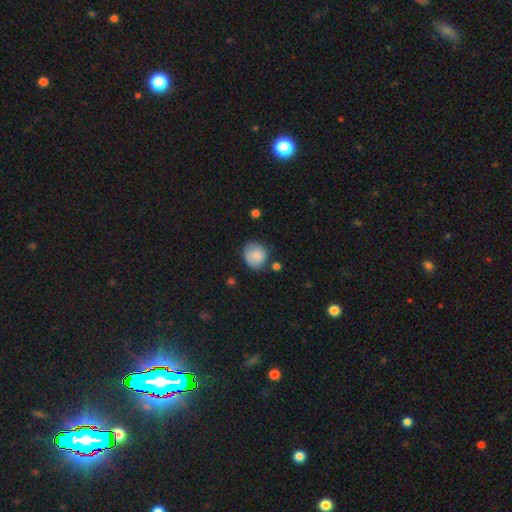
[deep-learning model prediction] smooth-or-featured: smooth: 83% | featured or disk: 9% | star or artifact: 7%
  how-rounded: round: 80% | in between: 19% | cigar-shaped: 1%
  merging: none: 66% | minor disturbance: 24% | major disturbance: 5% | merger: 5%